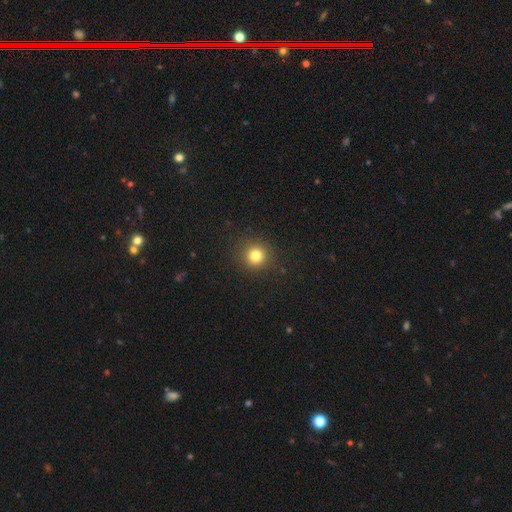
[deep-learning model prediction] Q: Smooth or featured?
A: smooth (81%); runner-up: star or artifact (13%)
Q: How rounded?
A: round (92%); runner-up: in between (7%)
Q: Merging?
A: none (90%); runner-up: minor disturbance (6%)